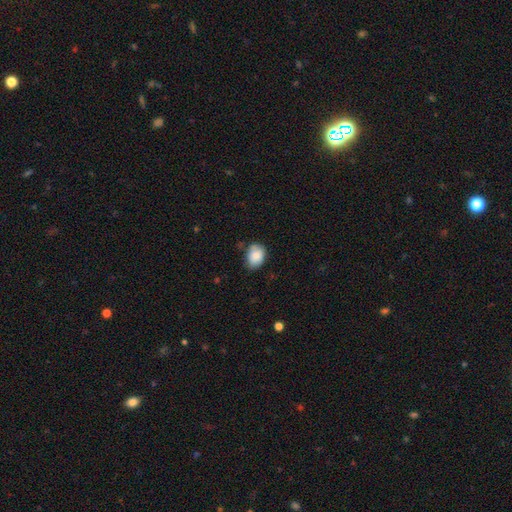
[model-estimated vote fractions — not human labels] Q: Smooth or featured?
A: smooth (85%); runner-up: star or artifact (7%)
Q: How rounded?
A: in between (72%); runner-up: round (27%)
Q: Merging?
A: none (65%); runner-up: minor disturbance (26%)